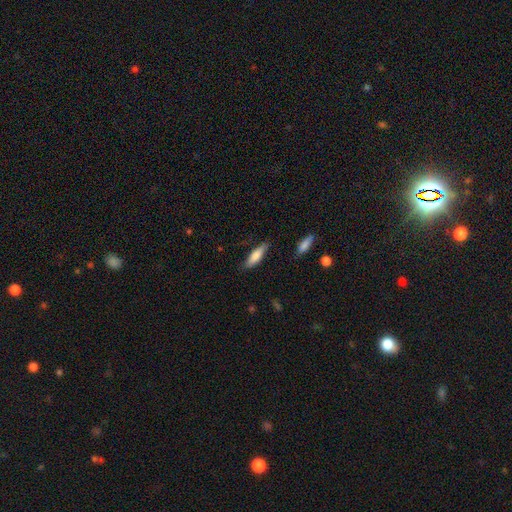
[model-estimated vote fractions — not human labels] Smooth or featured: smooth — 78% (featured or disk — 16%)
How rounded: cigar-shaped — 57% (in between — 41%)
Merging: none — 76% (minor disturbance — 18%)